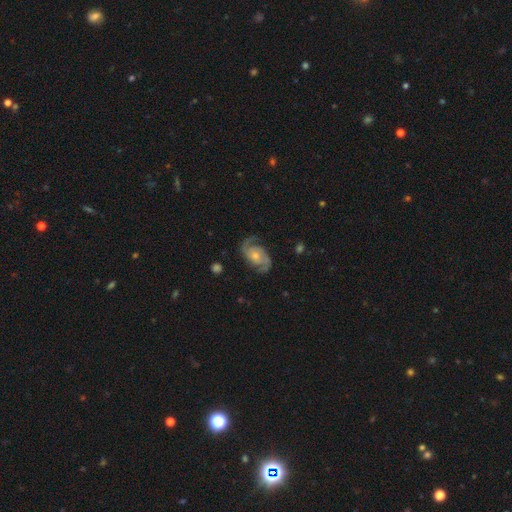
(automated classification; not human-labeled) A featured or disk galaxy (86%) with no bar (68%), 2 (90%) medium (50%) spiral arms (96%) and a moderate central bulge (48%).

Vote fractions:
- Smooth or featured? featured or disk: 86% / smooth: 9% / star or artifact: 5%
- Edge-on disk? no: 97% / yes: 3%
- Bar? no: 68% / weak: 26% / strong: 5%
- Spiral arms? yes: 96% / no: 4%
- Spiral winding? medium: 50% / loose: 25% / tight: 25%
- Spiral arm count? 2: 90% / can't tell: 4% / 1: 3% / 3: 2% / 4: 1% / more than 4: 1%
- Bulge size? moderate: 48% / small: 42% / large: 5% / none: 4% / dominant: 1%
- Merging? none: 73% / minor disturbance: 16% / major disturbance: 9% / merger: 1%